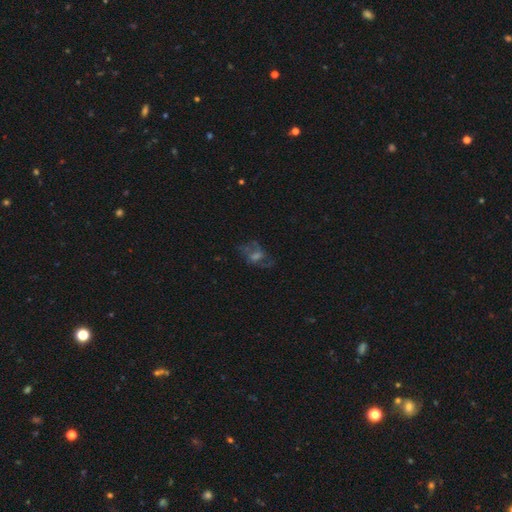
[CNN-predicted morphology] This is possibly a featured or disk galaxy (55%). It is clearly not viewed edge-on (95%). Bar: possibly no (53%). Spiral arm pattern: likely yes (66%). Central bulge: marginally moderate (37%). Merging: possibly none (59%).